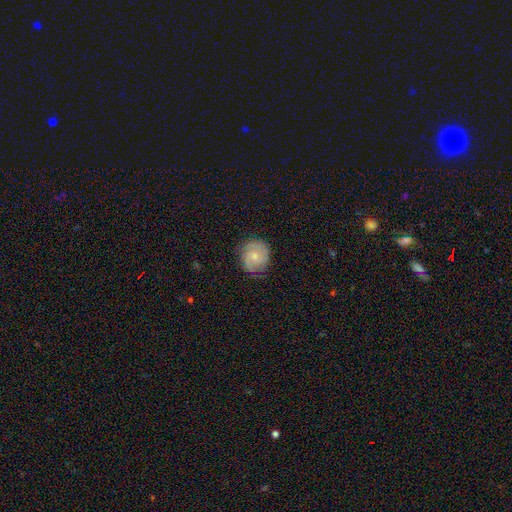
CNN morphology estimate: featured or disk 64%, smooth 30%, star or artifact 7%. Down the decision tree: edge-on disk — no (98%); bar — no (67%); spiral arms — yes (93%); spiral arm count — 2 (61%); spiral winding — tight (55%); bulge size — small (60%); merging — none (78%).